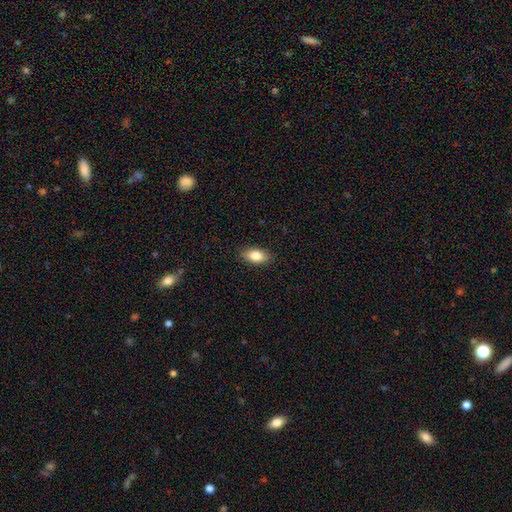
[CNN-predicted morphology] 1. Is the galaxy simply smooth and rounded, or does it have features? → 84% smooth, 9% featured or disk, 7% star or artifact.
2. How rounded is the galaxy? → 91% in between, 5% round, 4% cigar-shaped.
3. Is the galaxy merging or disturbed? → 88% none, 9% minor disturbance, 2% major disturbance, 1% merger.